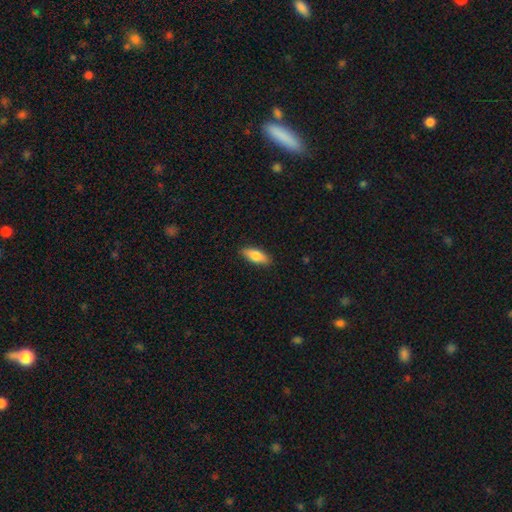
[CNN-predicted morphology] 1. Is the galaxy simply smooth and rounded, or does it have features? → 76% smooth, 18% featured or disk, 6% star or artifact.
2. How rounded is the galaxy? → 71% in between, 27% cigar-shaped, 3% round.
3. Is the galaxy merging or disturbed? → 88% none, 9% minor disturbance, 2% major disturbance, 1% merger.